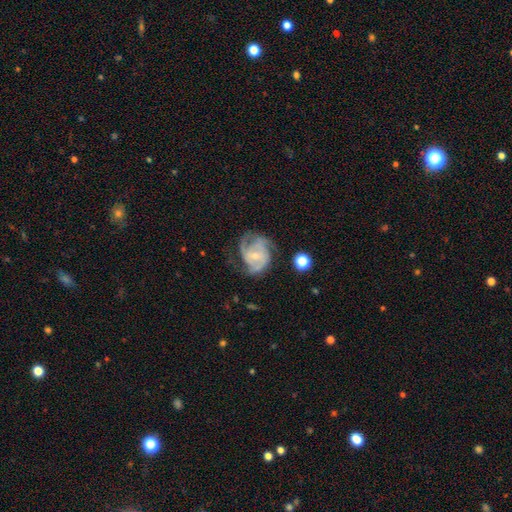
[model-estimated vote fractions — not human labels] Morphology: type=featured or disk (79%); edge-on=no (98%); bar=weak (45%); spiral arms=yes (90%); winding=medium (48%); arm count=3 (32%); bulge=small (60%); merging=none (51%).